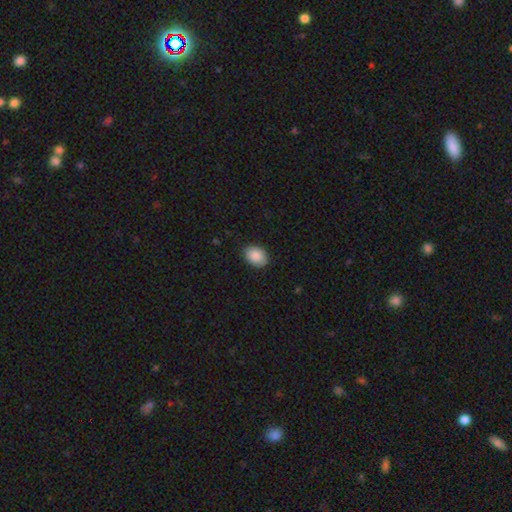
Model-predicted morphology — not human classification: Q: Smooth or featured?
A: smooth (89%); runner-up: star or artifact (7%)
Q: How rounded?
A: in between (74%); runner-up: round (25%)
Q: Merging?
A: none (88%); runner-up: minor disturbance (9%)